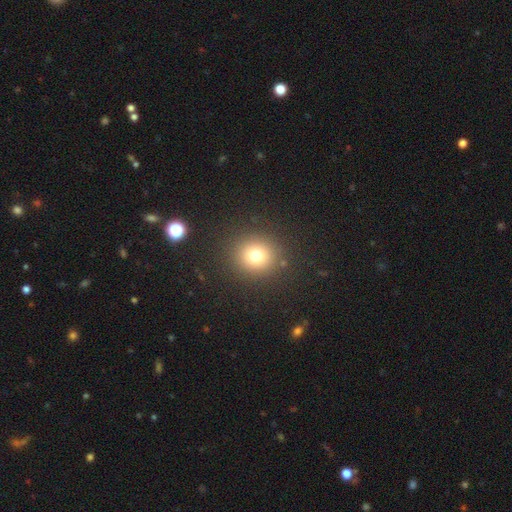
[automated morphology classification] Smooth or featured?
  - smooth: 74% *
  - star or artifact: 17%
  - featured or disk: 9%
How rounded?
  - round: 89% *
  - in between: 10%
  - cigar-shaped: 1%
Merging?
  - none: 89% *
  - minor disturbance: 6%
  - major disturbance: 3%
  - merger: 2%